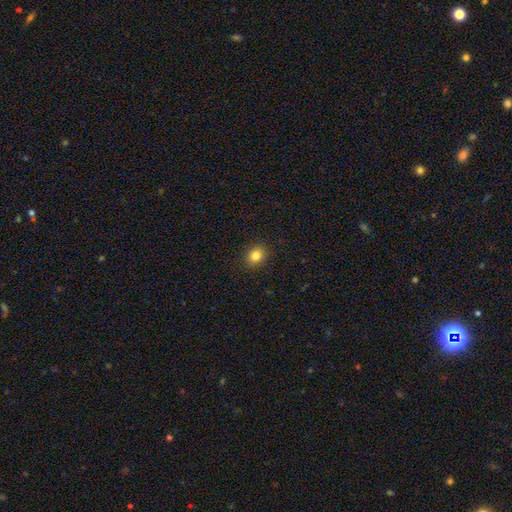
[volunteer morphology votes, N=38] Volunteers were most divided on "how rounded": in between: 53%, round: 47%, cigar-shaped: 0%. More confident: merging — none (97%); smooth or featured — smooth (84%).